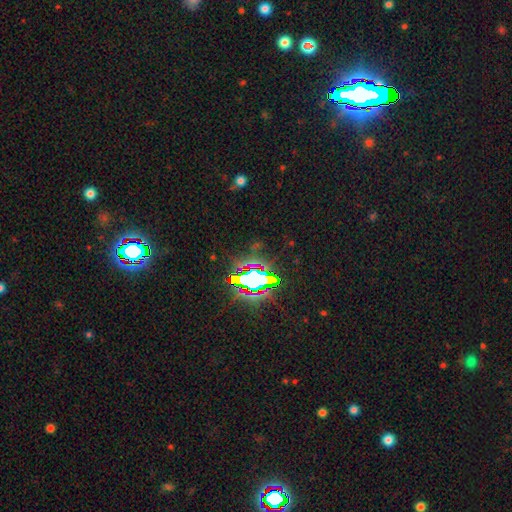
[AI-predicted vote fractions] Smooth or featured? star or artifact (81%)